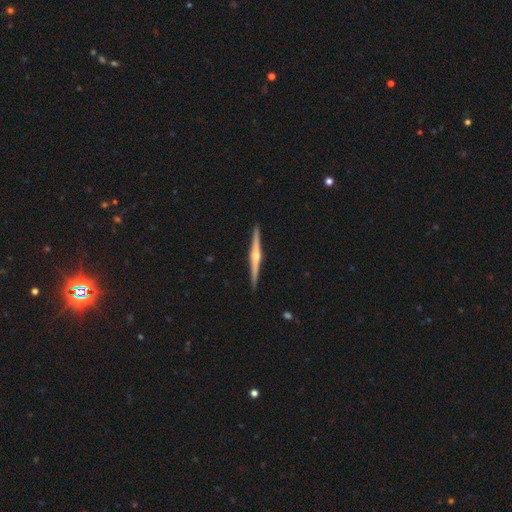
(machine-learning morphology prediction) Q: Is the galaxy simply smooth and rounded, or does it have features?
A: featured or disk — 80%.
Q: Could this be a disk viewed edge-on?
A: yes — 99%.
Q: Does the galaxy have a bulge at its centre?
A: rounded — 89%.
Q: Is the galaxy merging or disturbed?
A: none — 92%.